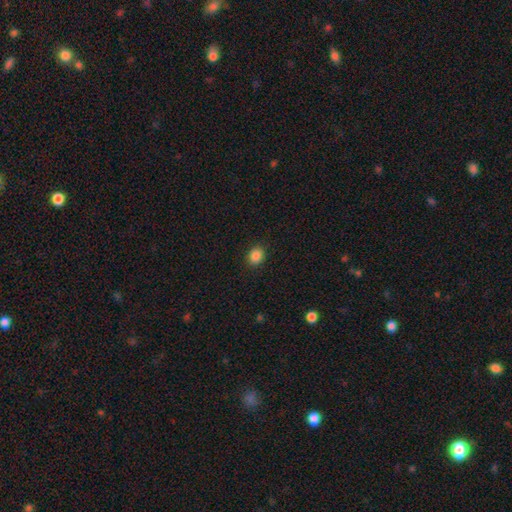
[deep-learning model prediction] Overall: smooth (87%). How rounded: round (61%; in between 39%). Merging: none (89%).